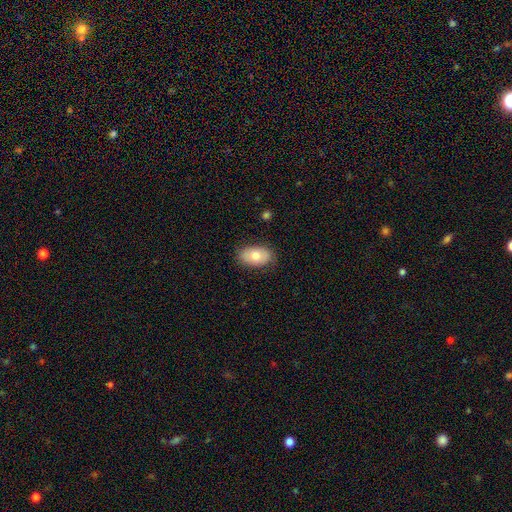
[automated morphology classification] Overall: smooth (76%). How rounded: in between (92%). Merging: none (82%).